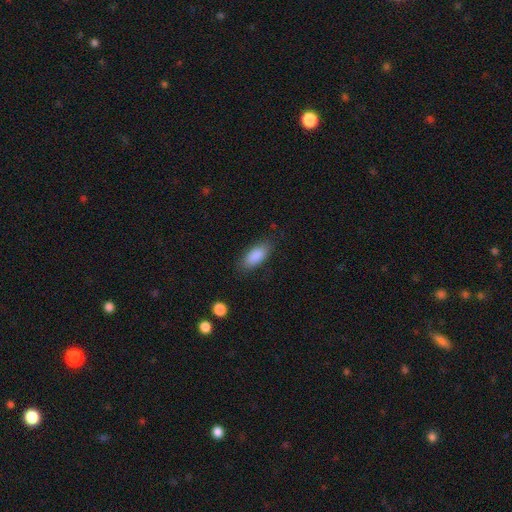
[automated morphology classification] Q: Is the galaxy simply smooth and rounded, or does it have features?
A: smooth — 88%.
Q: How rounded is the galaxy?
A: in between — 83%.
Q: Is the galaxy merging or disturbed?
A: none — 81%.